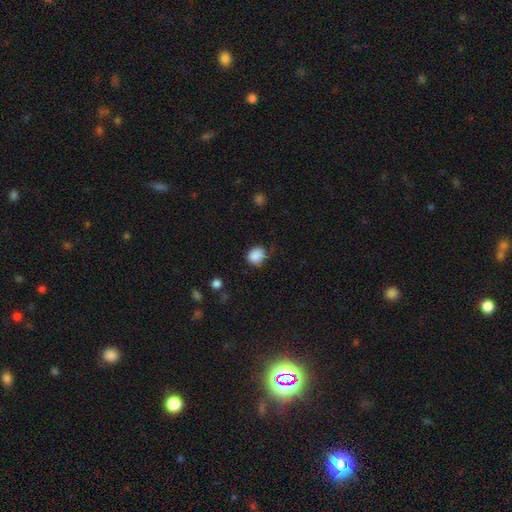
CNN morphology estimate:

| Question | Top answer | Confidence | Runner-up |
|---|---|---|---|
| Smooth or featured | smooth | 87% | star or artifact (9%) |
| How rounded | round | 70% | in between (29%) |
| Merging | none | 64% | minor disturbance (27%) |